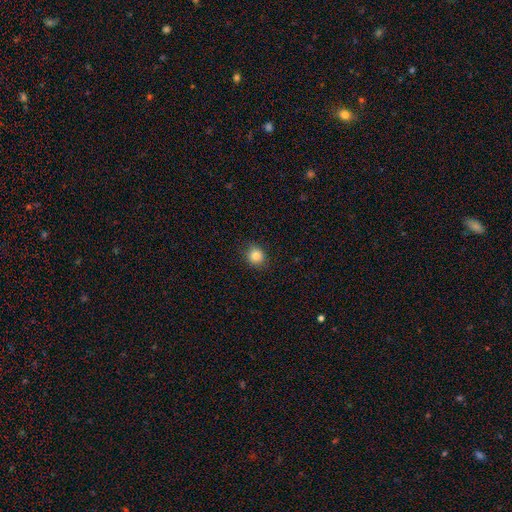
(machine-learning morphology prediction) Smooth or featured?
  - smooth: 84% *
  - star or artifact: 11%
  - featured or disk: 5%
How rounded?
  - round: 78% *
  - in between: 21%
  - cigar-shaped: 1%
Merging?
  - none: 86% *
  - minor disturbance: 10%
  - major disturbance: 3%
  - merger: 1%